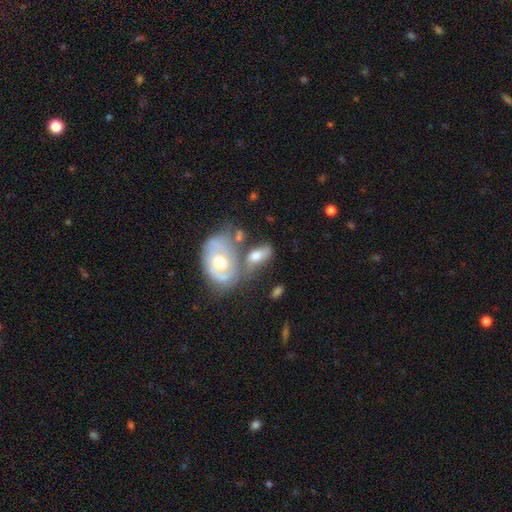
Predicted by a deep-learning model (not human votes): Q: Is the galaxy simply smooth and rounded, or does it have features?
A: smooth — 49%.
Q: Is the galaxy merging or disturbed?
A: merger — 41%.